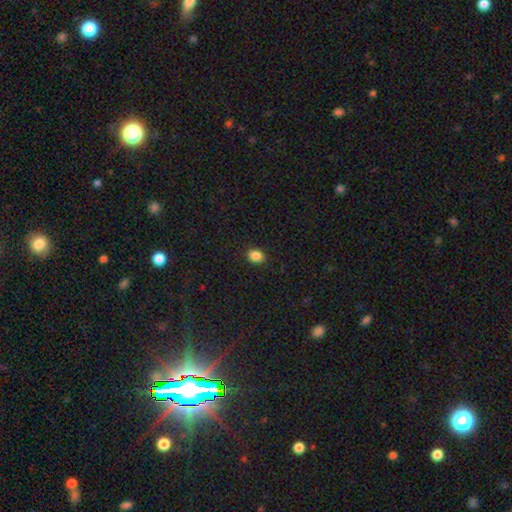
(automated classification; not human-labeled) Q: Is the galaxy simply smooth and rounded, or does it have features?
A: smooth — 86%.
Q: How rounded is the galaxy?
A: round — 53%.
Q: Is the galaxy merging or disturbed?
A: none — 89%.